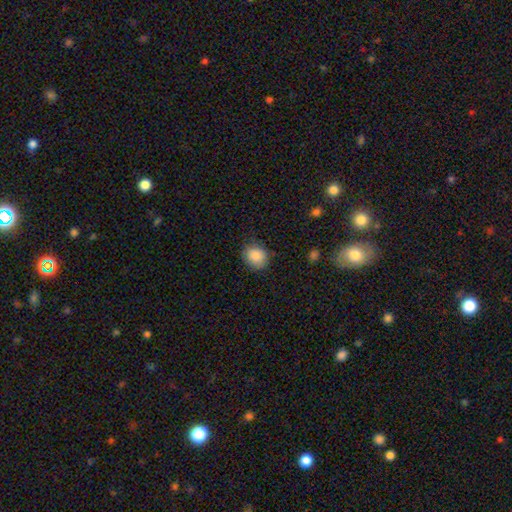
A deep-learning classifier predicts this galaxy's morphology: Smooth or featured: smooth — 87% (star or artifact — 8%)
How rounded: round — 71% (in between — 29%)
Merging: none — 82% (minor disturbance — 14%)